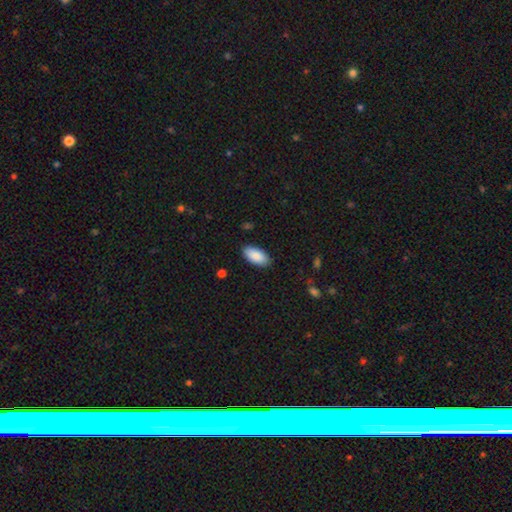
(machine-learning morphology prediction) A smooth galaxy with no disk features (90%) that is in between round and cigar-shaped (94%).

Vote fractions:
- Smooth or featured? smooth: 90% / star or artifact: 6% / featured or disk: 4%
- How rounded? in between: 94% / cigar-shaped: 4% / round: 2%
- Merging? none: 87% / minor disturbance: 10% / major disturbance: 2% / merger: 1%